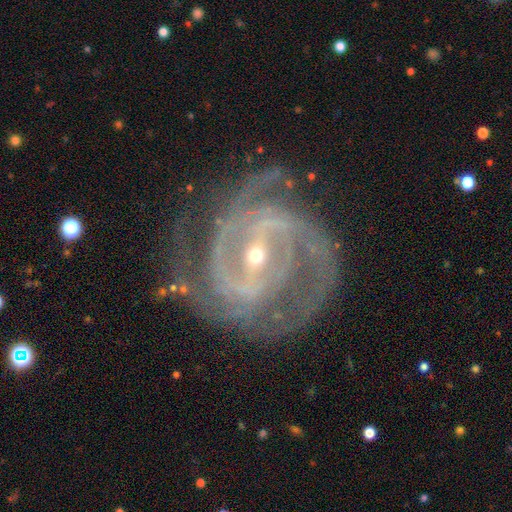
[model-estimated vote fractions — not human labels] Smooth or featured? Predicted: featured or disk (p=0.92). Edge-on disk? Predicted: no (p=0.97). Bar? Predicted: strong (p=0.51). Spiral arms? Predicted: yes (p=0.98). Spiral winding? Predicted: tight (p=0.57). Spiral arm count? Predicted: 2 (p=0.33). Bulge size? Predicted: small (p=0.69). Merging? Predicted: none (p=0.69).